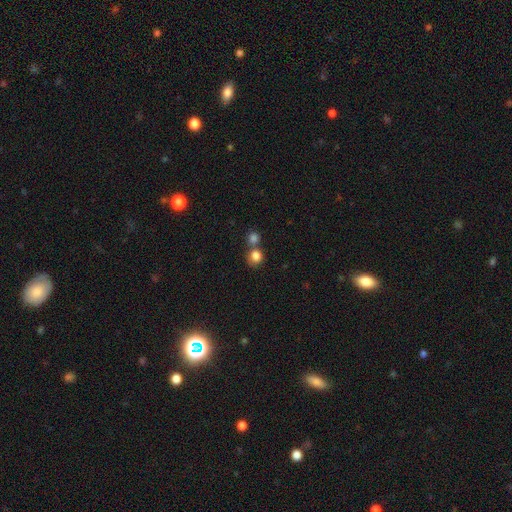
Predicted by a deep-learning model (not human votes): Overall: smooth (83%). How rounded: round (82%). Merging: none (46%; merger 43%).